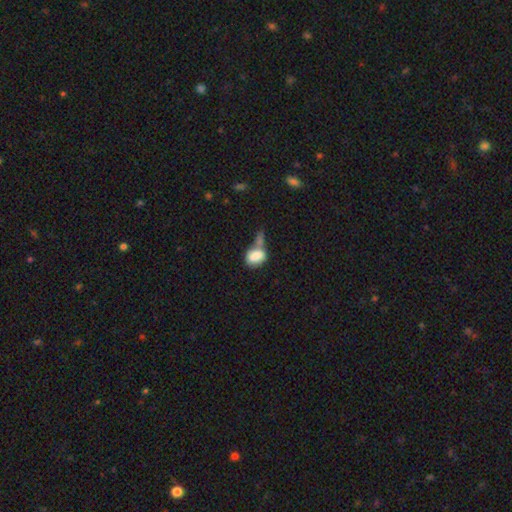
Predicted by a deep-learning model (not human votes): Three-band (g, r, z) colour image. It shows a smooth galaxy with no disk features (79%) that is in between round and cigar-shaped (76%). Merging: merger (49%).